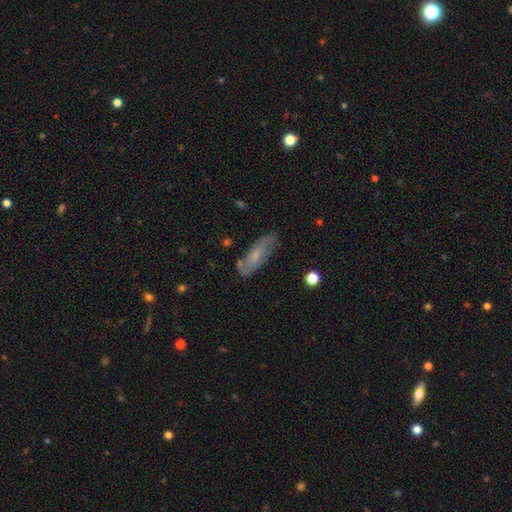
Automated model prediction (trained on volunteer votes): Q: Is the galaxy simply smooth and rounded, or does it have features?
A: featured or disk — 50%.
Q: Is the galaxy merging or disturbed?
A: none — 74%.